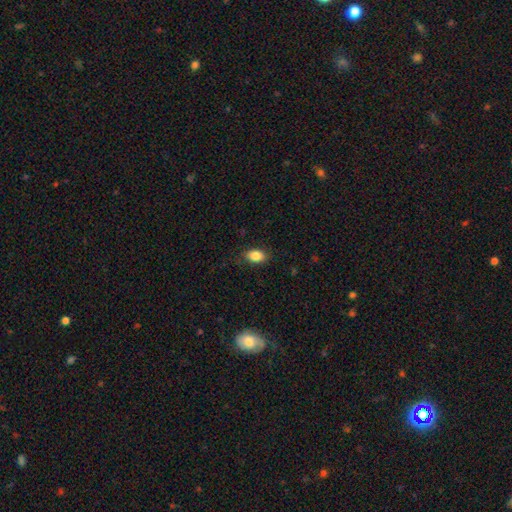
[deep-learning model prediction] A smooth galaxy with no disk features (86%) that is in between round and cigar-shaped (87%). Merging: none (83%).